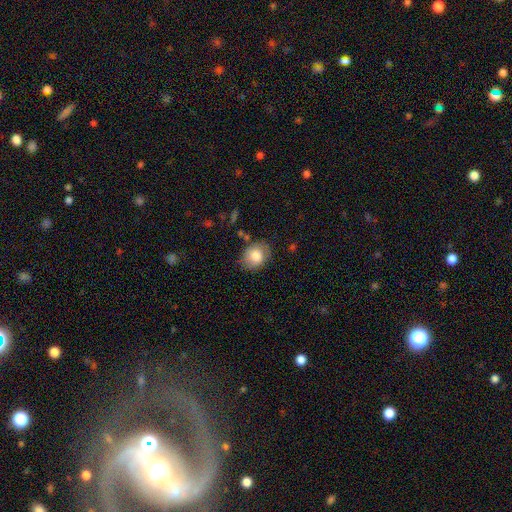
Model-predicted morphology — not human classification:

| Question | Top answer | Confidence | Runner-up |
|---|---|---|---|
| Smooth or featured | smooth | 81% | featured or disk (11%) |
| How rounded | round | 52% | in between (47%) |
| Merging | none | 78% | minor disturbance (16%) |